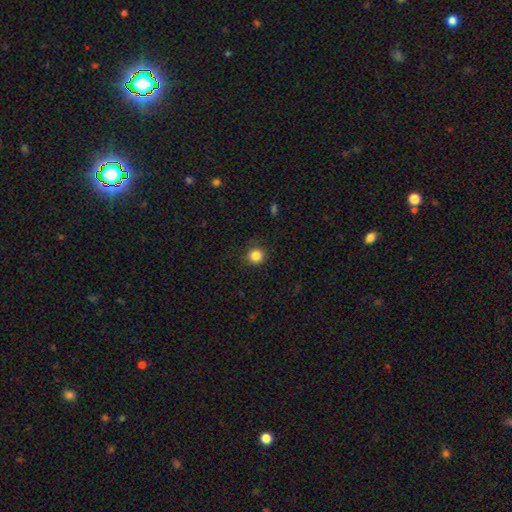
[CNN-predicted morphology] Smooth or featured: smooth — 85% (star or artifact — 11%)
How rounded: round — 92% (in between — 7%)
Merging: none — 86% (minor disturbance — 10%)